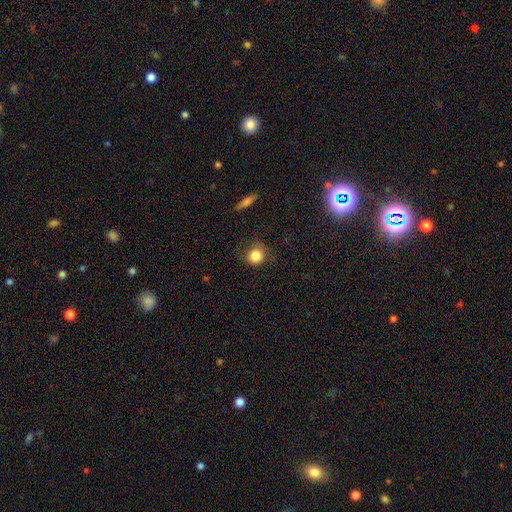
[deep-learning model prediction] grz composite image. It shows a smooth galaxy with no disk features (84%) that is round (89%). Merging: none (75%).